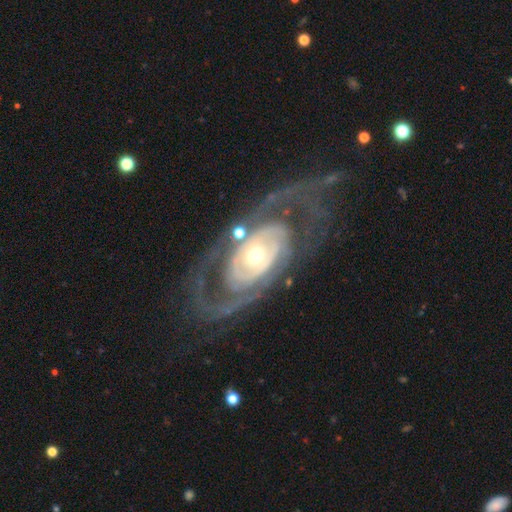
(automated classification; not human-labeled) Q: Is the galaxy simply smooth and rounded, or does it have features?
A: featured or disk — 87%.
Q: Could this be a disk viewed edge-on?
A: no — 94%.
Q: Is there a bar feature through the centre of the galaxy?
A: no — 74%.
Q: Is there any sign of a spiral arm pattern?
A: yes — 81%.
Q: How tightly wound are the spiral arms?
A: tight — 59%.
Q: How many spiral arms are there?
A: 2 — 54%.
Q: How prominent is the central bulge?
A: moderate — 51%.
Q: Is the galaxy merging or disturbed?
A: none — 64%.